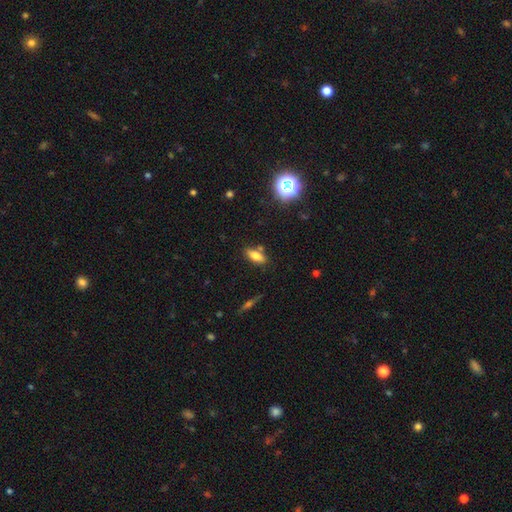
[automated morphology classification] A smooth galaxy with no disk features (69%) that is in between round and cigar-shaped (73%). Merging: none (75%).